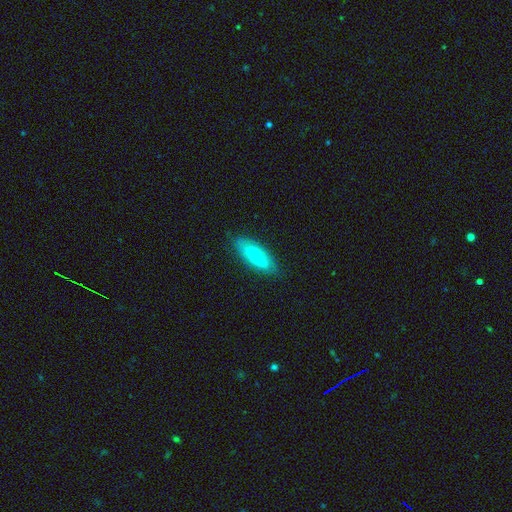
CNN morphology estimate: This appears to be a smooth galaxy with no disk features (66%) that is in between round and cigar-shaped (61%). Merging: none (81%).